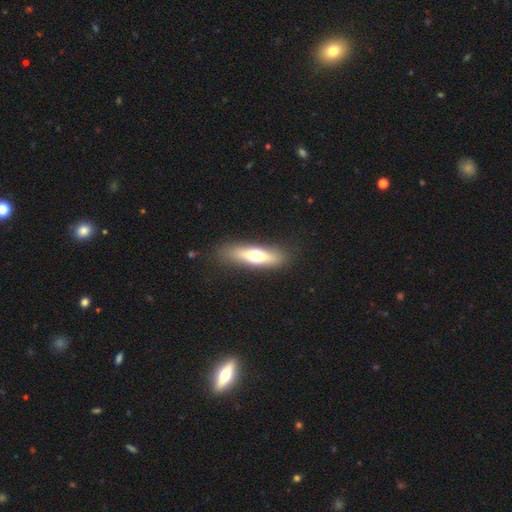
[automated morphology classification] type=smooth (59%); roundness=cigar-shaped (63%); merging=none (86%).